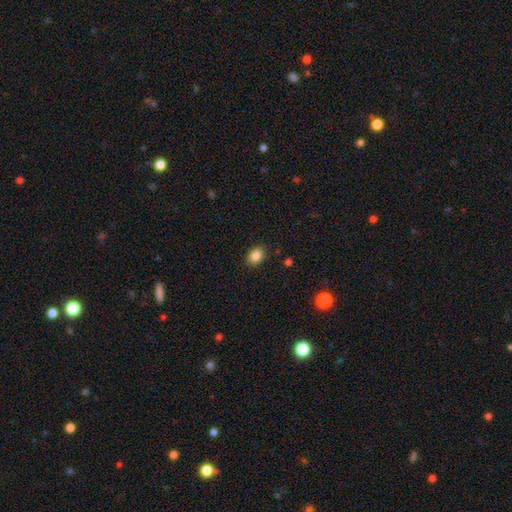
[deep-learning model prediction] A smooth galaxy with no disk features (85%) that is in between round and cigar-shaped (70%).

Vote fractions:
- Smooth or featured? smooth: 85% / star or artifact: 9% / featured or disk: 5%
- How rounded? in between: 70% / round: 29% / cigar-shaped: 1%
- Merging? none: 87% / minor disturbance: 9% / major disturbance: 2% / merger: 1%